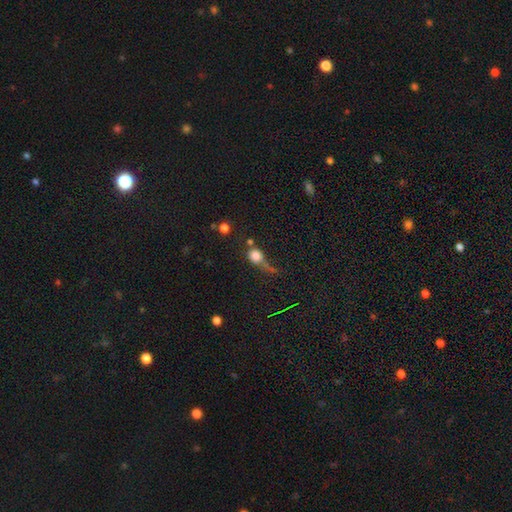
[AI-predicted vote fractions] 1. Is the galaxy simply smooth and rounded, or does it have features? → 75% smooth, 13% star or artifact, 11% featured or disk.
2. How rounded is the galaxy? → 72% round, 26% in between, 2% cigar-shaped.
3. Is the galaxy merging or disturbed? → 37% none, 23% merger, 21% major disturbance, 19% minor disturbance.